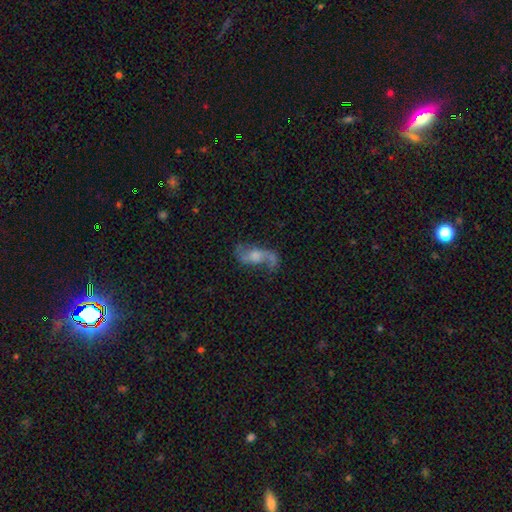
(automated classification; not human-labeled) Q: Smooth or featured?
A: featured or disk (80%); runner-up: smooth (12%)
Q: Edge-on disk?
A: no (93%); runner-up: yes (7%)
Q: Bar?
A: no (54%); runner-up: weak (35%)
Q: Spiral arms?
A: yes (93%); runner-up: no (7%)
Q: Spiral winding?
A: loose (76%); runner-up: medium (19%)
Q: Spiral arm count?
A: 2 (89%); runner-up: 1 (5%)
Q: Bulge size?
A: moderate (48%); runner-up: small (31%)
Q: Merging?
A: none (67%); runner-up: minor disturbance (17%)